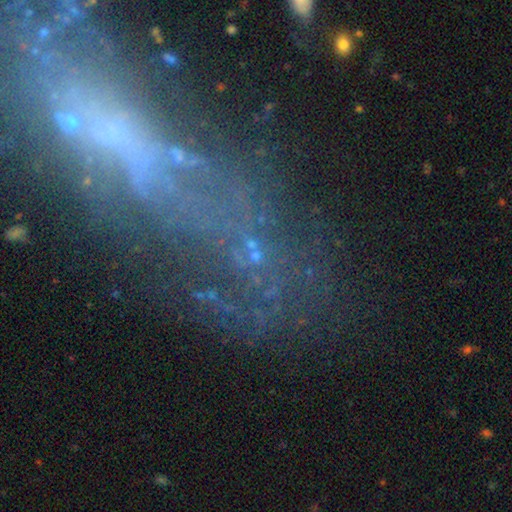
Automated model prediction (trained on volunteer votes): This appears to be a star or artifact, not a galaxy (51%).